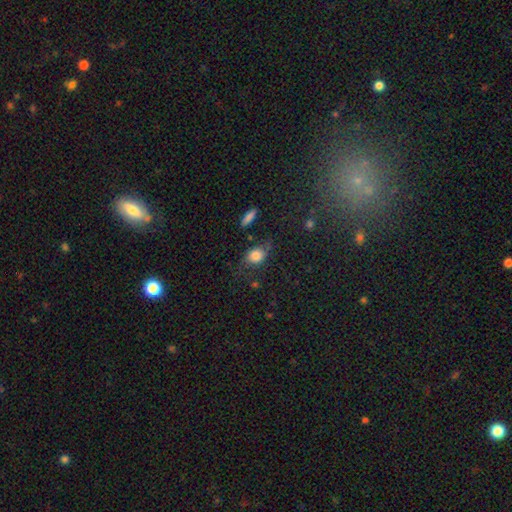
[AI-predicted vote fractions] A smooth galaxy with no disk features (72%) that is in between round and cigar-shaped (56%).

Vote fractions:
- Smooth or featured? smooth: 72% / featured or disk: 18% / star or artifact: 10%
- How rounded? in between: 56% / round: 41% / cigar-shaped: 3%
- Merging? none: 54% / minor disturbance: 26% / major disturbance: 15% / merger: 4%